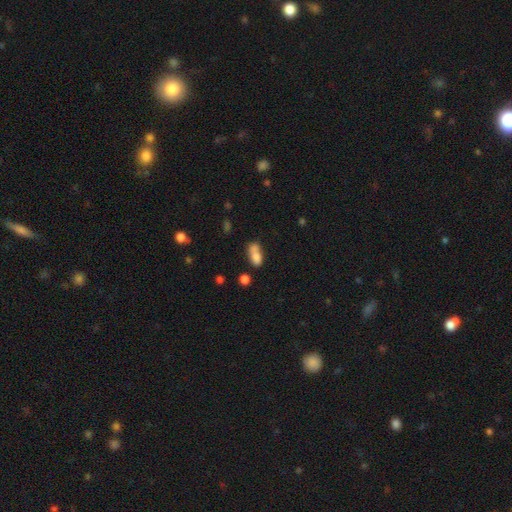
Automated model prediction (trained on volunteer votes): Q: Smooth or featured?
A: smooth (75%); runner-up: featured or disk (15%)
Q: How rounded?
A: in between (79%); runner-up: round (10%)
Q: Merging?
A: merger (45%); runner-up: none (30%)